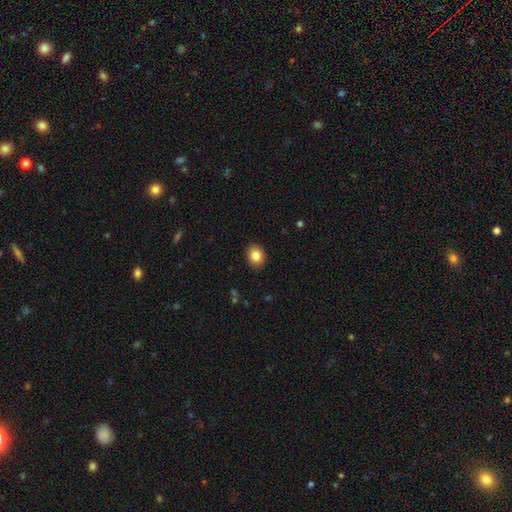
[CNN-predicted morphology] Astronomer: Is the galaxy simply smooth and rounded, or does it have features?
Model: smooth — 84%.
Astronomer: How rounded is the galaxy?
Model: round — 55% (runner-up: in between, 44%).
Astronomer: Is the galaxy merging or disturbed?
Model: none — 90%.